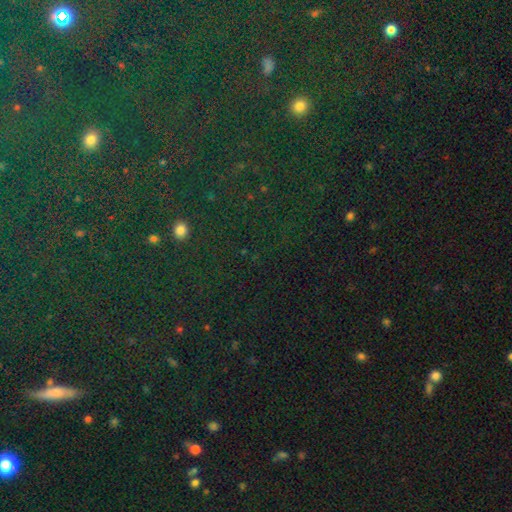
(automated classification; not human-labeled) A star or artifact, not a galaxy (79%).

Vote fractions:
- Smooth or featured? star or artifact: 79% / smooth: 13% / featured or disk: 8%